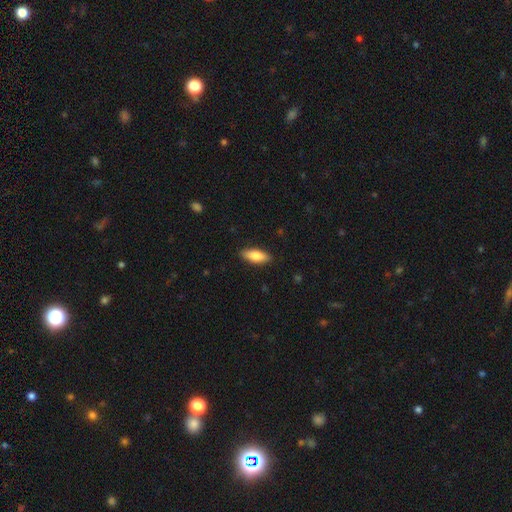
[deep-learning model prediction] The model was most divided on "how rounded": in between: 75%, cigar-shaped: 23%, round: 2%. More confident: merging — none (88%); smooth or featured — smooth (80%).